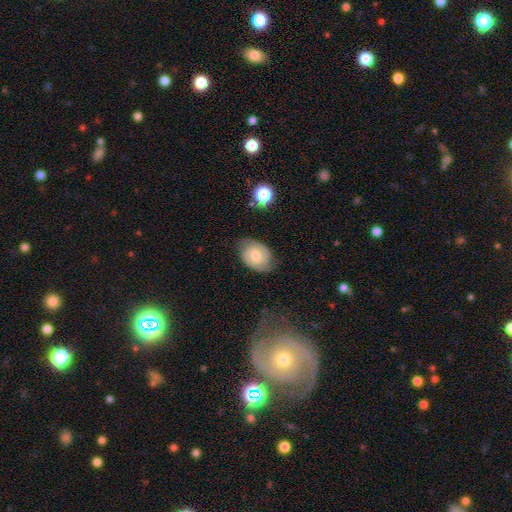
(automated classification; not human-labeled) Q: Smooth or featured?
A: featured or disk (70%); runner-up: smooth (23%)
Q: Edge-on disk?
A: no (97%); runner-up: yes (3%)
Q: Bar?
A: weak (48%); runner-up: no (42%)
Q: Spiral arms?
A: yes (93%); runner-up: no (7%)
Q: Spiral winding?
A: tight (52%); runner-up: medium (39%)
Q: Spiral arm count?
A: 2 (83%); runner-up: can't tell (10%)
Q: Bulge size?
A: moderate (62%); runner-up: small (26%)
Q: Merging?
A: none (75%); runner-up: minor disturbance (18%)